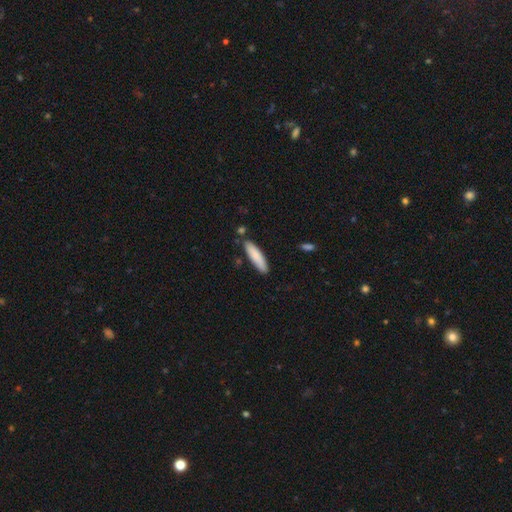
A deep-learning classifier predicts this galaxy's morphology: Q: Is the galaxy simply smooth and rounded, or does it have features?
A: smooth — 84%.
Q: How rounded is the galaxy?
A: cigar-shaped — 75%.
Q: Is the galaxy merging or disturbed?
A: none — 83%.